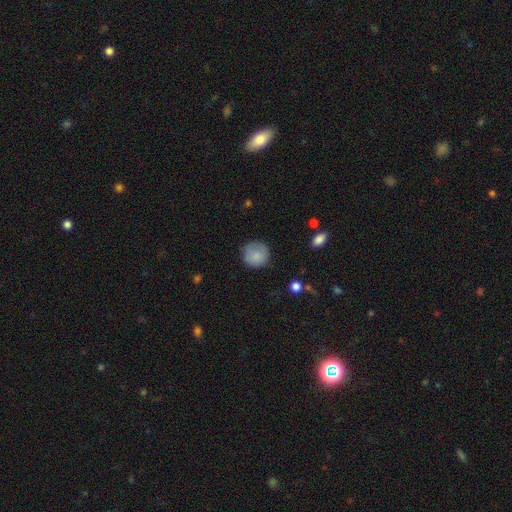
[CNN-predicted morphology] Smooth or featured? smooth (85%)
How rounded? round (92%)
Merging? none (79%)